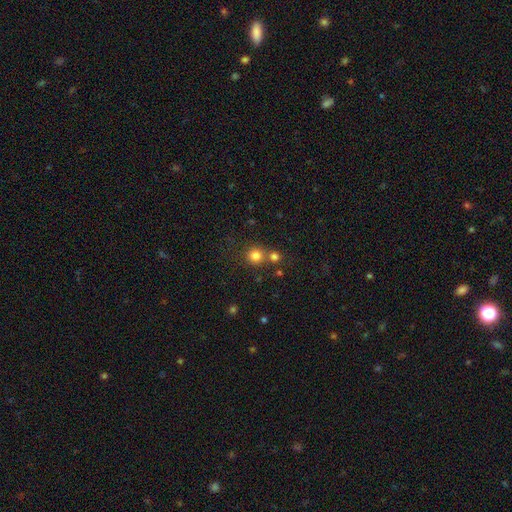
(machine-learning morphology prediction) type=smooth (80%); roundness=round (92%); merging=none (65%).